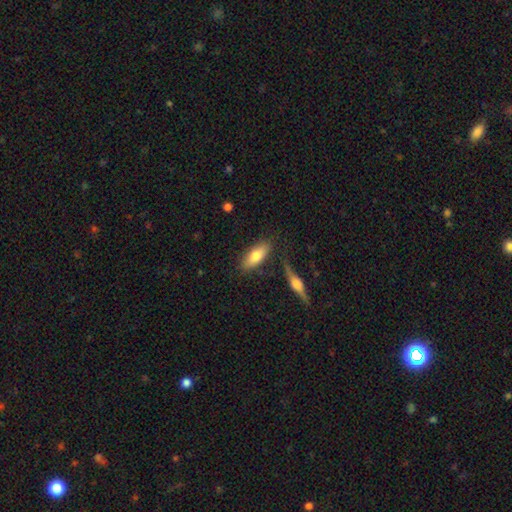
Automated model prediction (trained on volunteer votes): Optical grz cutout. It shows a smooth galaxy with no disk features (72%) that is in between round and cigar-shaped (72%). Merging: none (79%).